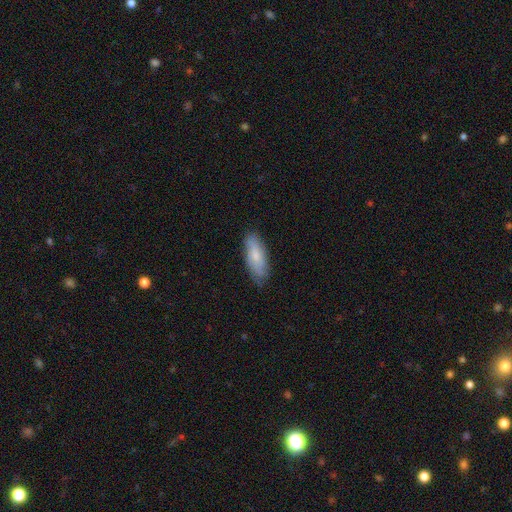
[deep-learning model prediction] Smooth or featured: smooth — 72% (featured or disk — 22%)
How rounded: in between — 67% (cigar-shaped — 31%)
Merging: none — 78% (minor disturbance — 18%)